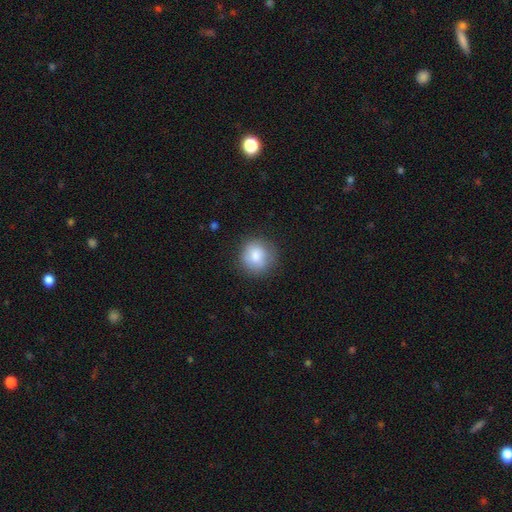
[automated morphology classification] A smooth galaxy with no disk features (81%) that is round (89%). Merging: none (80%).